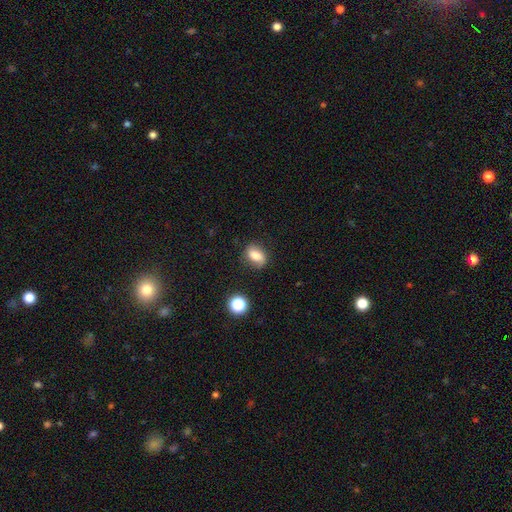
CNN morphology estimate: Smooth or featured? Predicted: smooth (p=0.66). How rounded? Predicted: in between (p=0.77). Merging? Predicted: none (p=0.75).